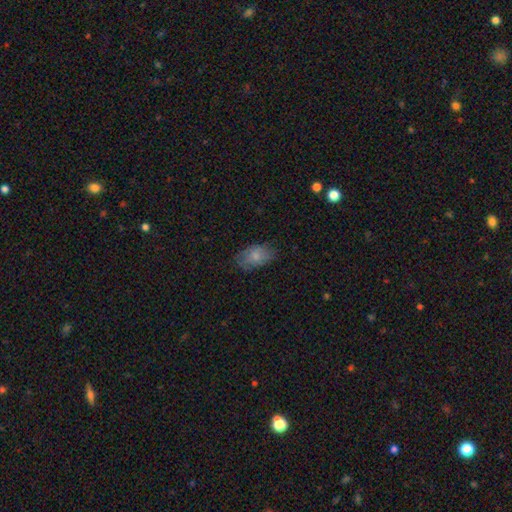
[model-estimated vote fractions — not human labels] A smooth galaxy with no disk features (77%) that is in between round and cigar-shaped (91%). Merging: none (73%).